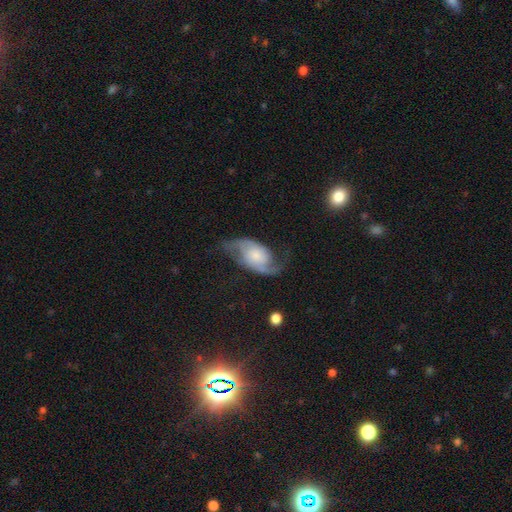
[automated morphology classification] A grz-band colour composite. It shows a featured or disk galaxy (82%) with no bar (65%), 2 (91%) loose (48%) spiral arms (96%) and a moderate central bulge (33%). Merging: none (63%).